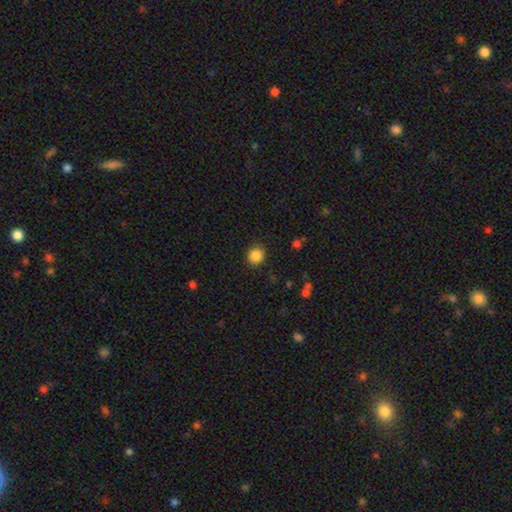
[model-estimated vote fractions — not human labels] Smooth or featured?
  - smooth: 86% *
  - star or artifact: 10%
  - featured or disk: 4%
How rounded?
  - round: 86% *
  - in between: 13%
  - cigar-shaped: 1%
Merging?
  - none: 88% *
  - minor disturbance: 8%
  - major disturbance: 2%
  - merger: 1%